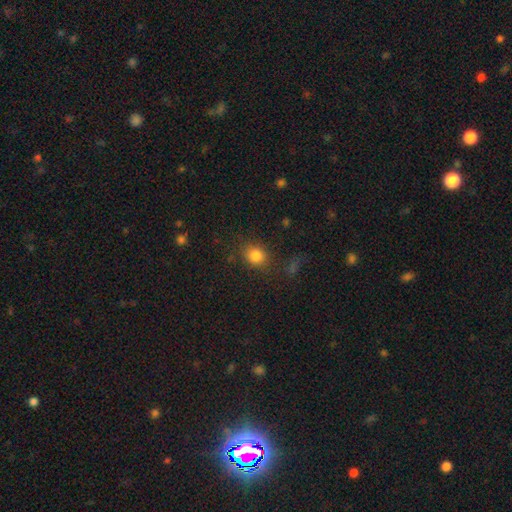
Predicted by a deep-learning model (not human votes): The model was most divided on "how rounded": round: 70%, in between: 29%, cigar-shaped: 1%. More confident: smooth or featured — smooth (82%); merging — none (80%).